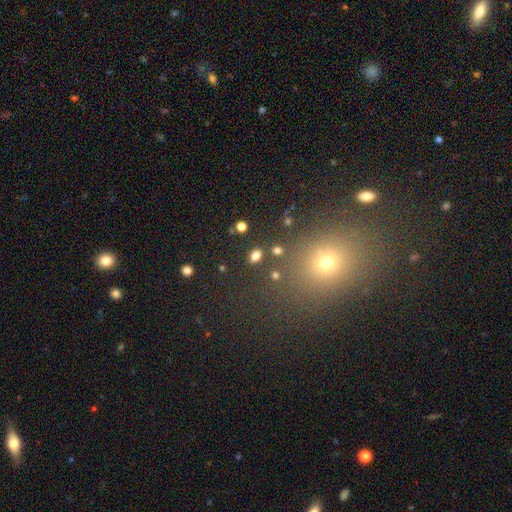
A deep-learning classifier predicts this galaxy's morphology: Smooth or featured?
  - smooth: 80% *
  - star or artifact: 14%
  - featured or disk: 7%
How rounded?
  - in between: 77% *
  - round: 21%
  - cigar-shaped: 2%
Merging?
  - none: 85% *
  - minor disturbance: 8%
  - merger: 4%
  - major disturbance: 3%